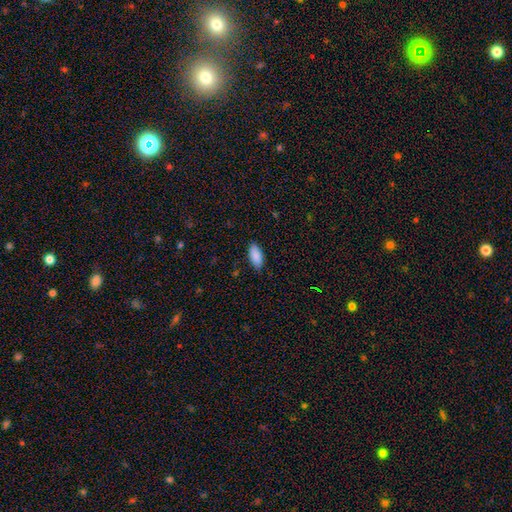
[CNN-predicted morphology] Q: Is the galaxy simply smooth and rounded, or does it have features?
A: smooth — 89%.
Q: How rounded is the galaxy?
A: in between — 89%.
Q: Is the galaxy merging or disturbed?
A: none — 83%.